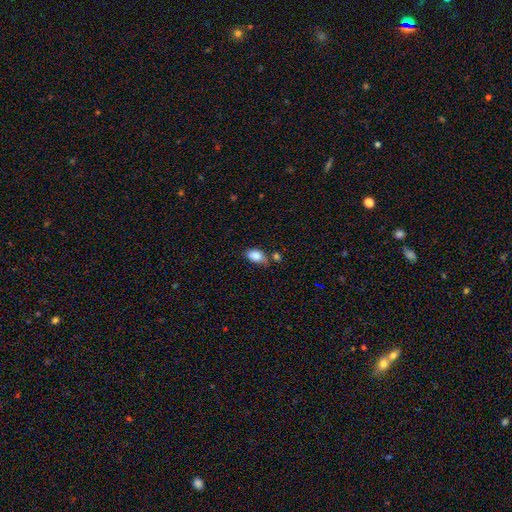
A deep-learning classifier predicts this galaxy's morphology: The model was most divided on "merging": none: 50%, minor disturbance: 28%, merger: 14%, major disturbance: 8%. More confident: how rounded — in between (90%); smooth or featured — smooth (85%).